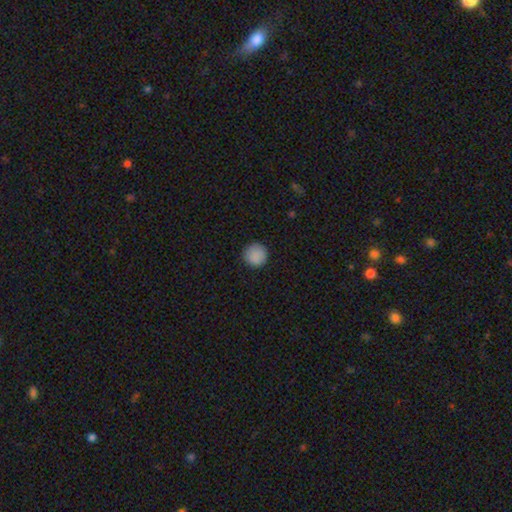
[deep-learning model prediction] Smooth or featured? Predicted: smooth (p=0.88). How rounded? Predicted: round (p=0.96). Merging? Predicted: none (p=0.91).